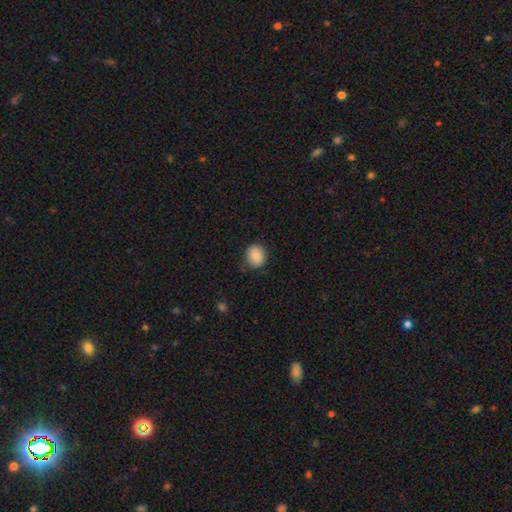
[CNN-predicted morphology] Smooth or featured: smooth — 87% (star or artifact — 8%)
How rounded: round — 66% (in between — 33%)
Merging: none — 79% (minor disturbance — 17%)